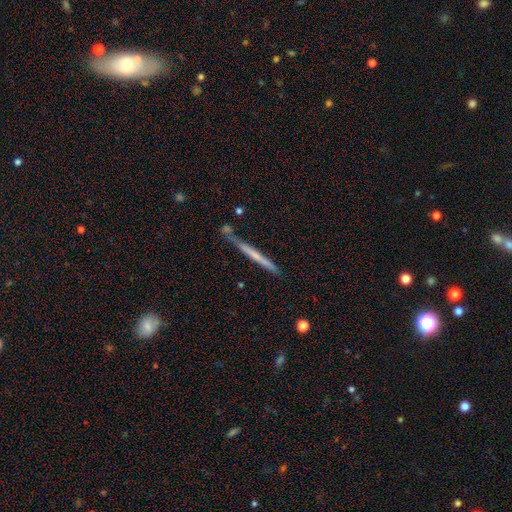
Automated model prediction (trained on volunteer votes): The model was most divided on "smooth or featured": featured or disk: 50%, smooth: 43%, star or artifact: 7%. More confident: edge-on disk — yes (95%); merging — none (71%).